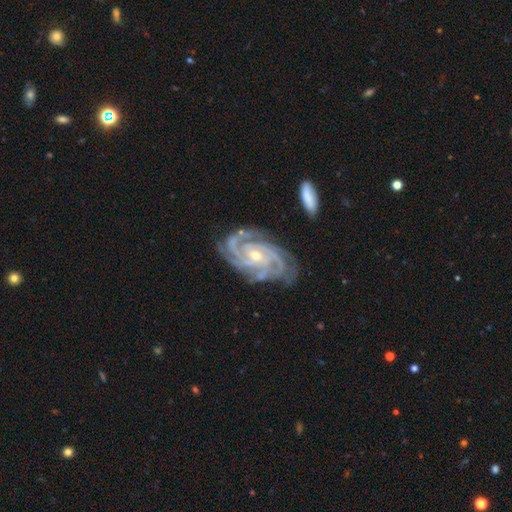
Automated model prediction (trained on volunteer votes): Q: Smooth or featured?
A: featured or disk (93%); runner-up: star or artifact (4%)
Q: Edge-on disk?
A: no (97%); runner-up: yes (3%)
Q: Bar?
A: no (54%); runner-up: weak (33%)
Q: Spiral arms?
A: yes (99%); runner-up: no (1%)
Q: Spiral winding?
A: tight (73%); runner-up: medium (24%)
Q: Spiral arm count?
A: 4 (37%); runner-up: 3 (23%)
Q: Bulge size?
A: small (52%); runner-up: moderate (45%)
Q: Merging?
A: none (75%); runner-up: minor disturbance (17%)